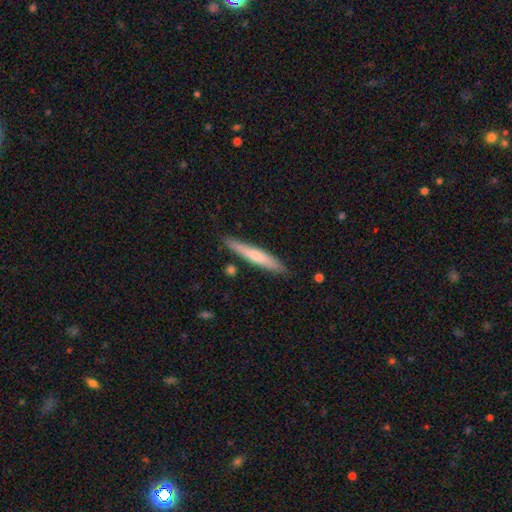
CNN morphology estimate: smooth 58%, featured or disk 37%, star or artifact 5%. Down the decision tree: how rounded — cigar-shaped (94%); merging — none (86%).